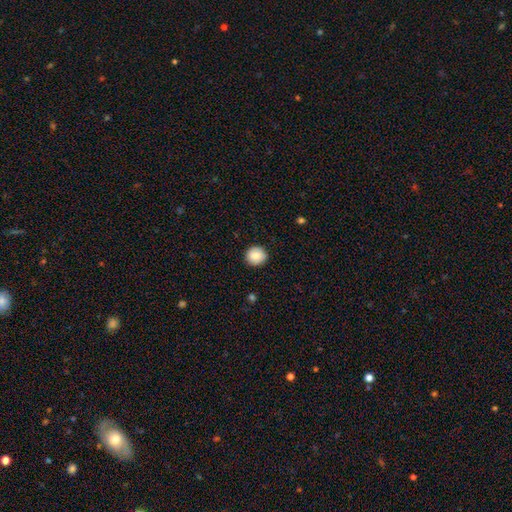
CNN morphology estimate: Smooth or featured? Predicted: smooth (p=0.84). How rounded? Predicted: round (p=0.92). Merging? Predicted: none (p=0.91).